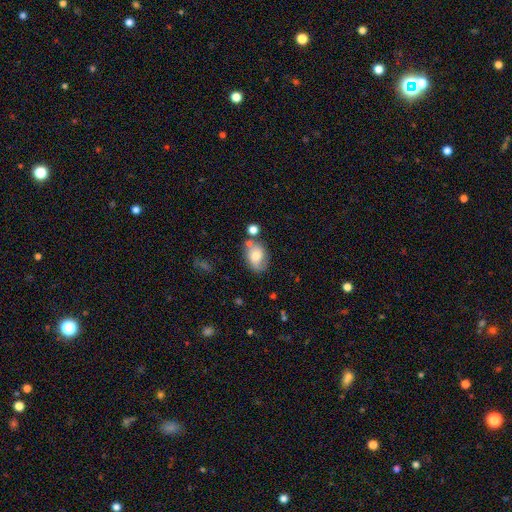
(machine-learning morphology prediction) Overall: smooth (68%). How rounded: in between (77%). Merging: none (58%; minor disturbance 22%).